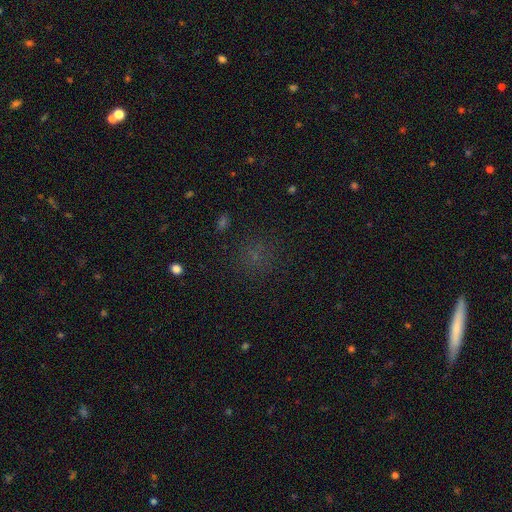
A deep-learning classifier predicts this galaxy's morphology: Smooth or featured: smooth — 53% (star or artifact — 38%)
How rounded: round — 86% (in between — 13%)
Merging: none — 81% (minor disturbance — 11%)